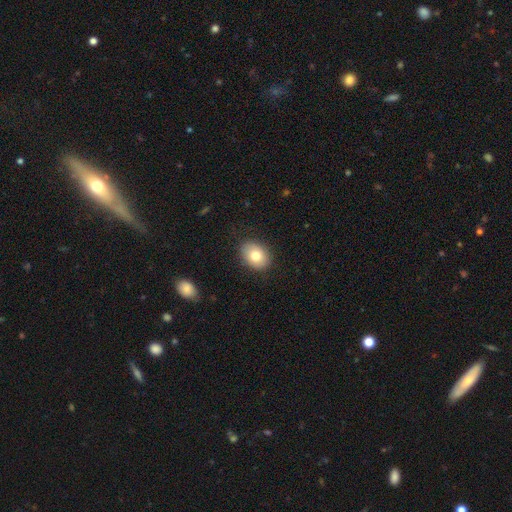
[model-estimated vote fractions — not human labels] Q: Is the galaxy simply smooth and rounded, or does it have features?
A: smooth — 79%.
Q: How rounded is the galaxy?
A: in between — 66%.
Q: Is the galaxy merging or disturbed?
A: none — 86%.